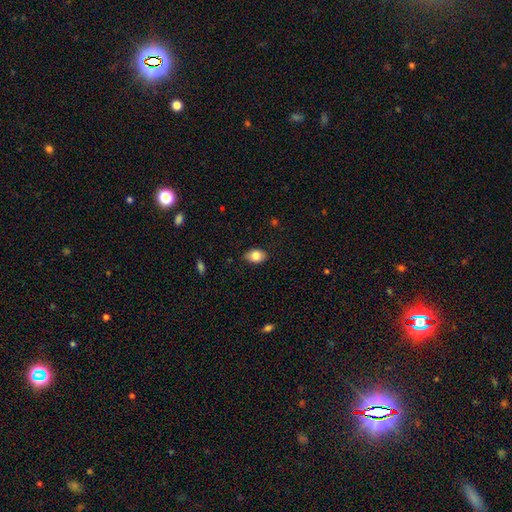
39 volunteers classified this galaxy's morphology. smooth-or-featured: smooth: 85% | featured or disk: 10% | star or artifact: 5%
  how-rounded: in between: 85% | round: 15% | cigar-shaped: 0%
  merging: none: 86% | minor disturbance: 11% | major disturbance: 3% | merger: 0%